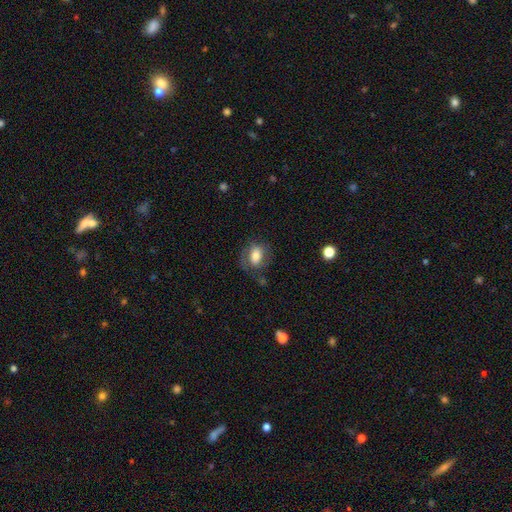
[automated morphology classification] smooth_or_featured: smooth (p=0.63) [alt: featured or disk p=0.29]
how_rounded: in between (p=0.71) [alt: round p=0.28]
merging: none (p=0.53) [alt: minor disturbance p=0.24]